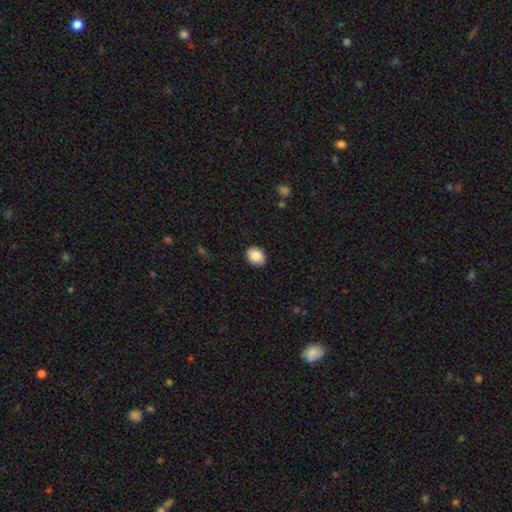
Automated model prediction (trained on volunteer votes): The model was most divided on "how rounded": in between: 64%, round: 35%, cigar-shaped: 1%. More confident: merging — none (88%); smooth or featured — smooth (87%).